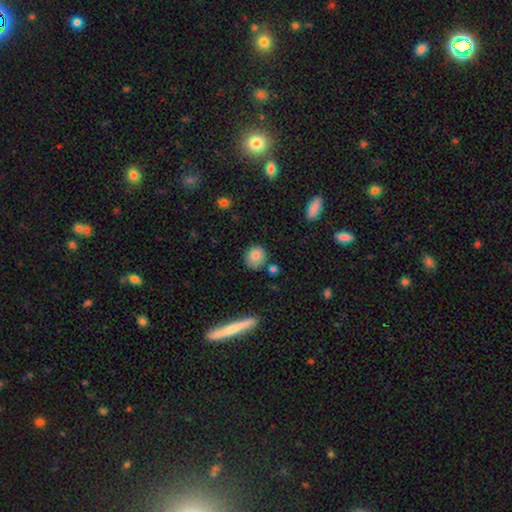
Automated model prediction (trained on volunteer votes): smooth_or_featured: smooth (p=0.84) [alt: star or artifact p=0.09]
how_rounded: round (p=0.77) [alt: in between p=0.22]
merging: none (p=0.77) [alt: minor disturbance p=0.14]